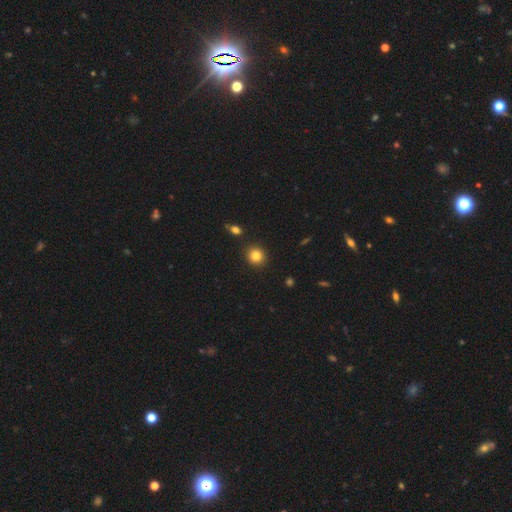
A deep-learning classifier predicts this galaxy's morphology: smooth 83%, star or artifact 11%, featured or disk 5%. Down the decision tree: how rounded — round (87%); merging — none (90%).